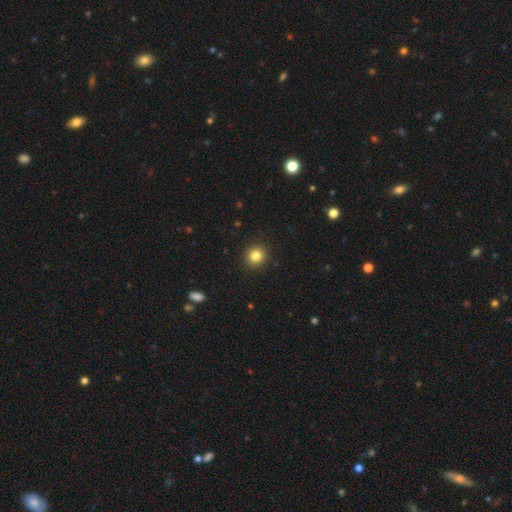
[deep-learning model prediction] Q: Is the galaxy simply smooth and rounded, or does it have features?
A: smooth — 83%.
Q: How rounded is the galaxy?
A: round — 92%.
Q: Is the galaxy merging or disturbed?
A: none — 92%.